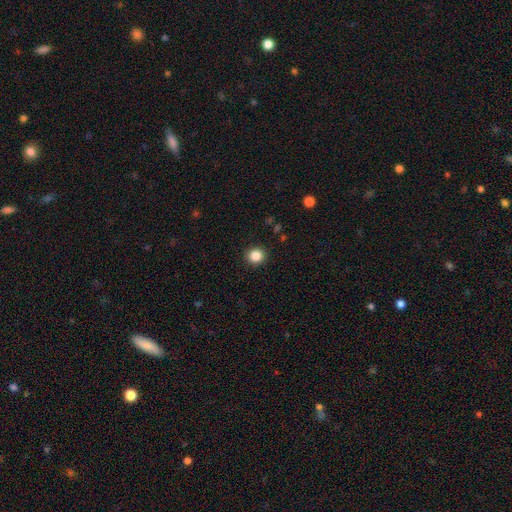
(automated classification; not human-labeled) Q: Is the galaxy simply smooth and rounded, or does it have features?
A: smooth — 85%.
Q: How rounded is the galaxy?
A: round — 91%.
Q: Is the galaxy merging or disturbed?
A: none — 92%.